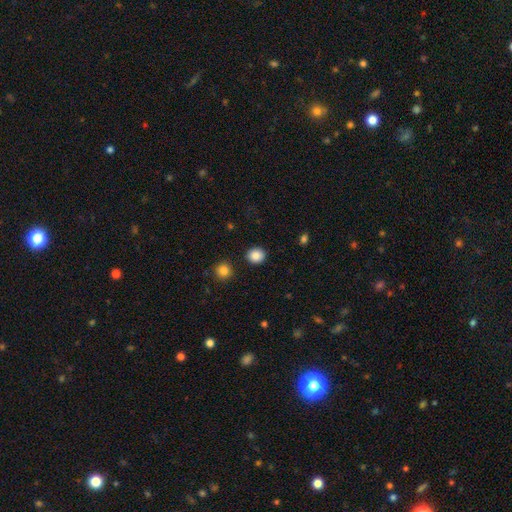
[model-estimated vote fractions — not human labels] smooth_or_featured: smooth (p=0.87) [alt: star or artifact p=0.09]
how_rounded: round (p=0.85) [alt: in between p=0.14]
merging: none (p=0.91) [alt: minor disturbance p=0.05]